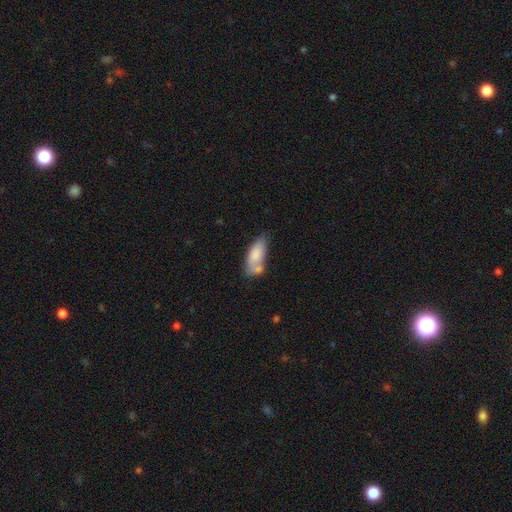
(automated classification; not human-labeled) This is likely a smooth galaxy (78%). How rounded: clearly in between (81%). Merging: marginally none (43%).